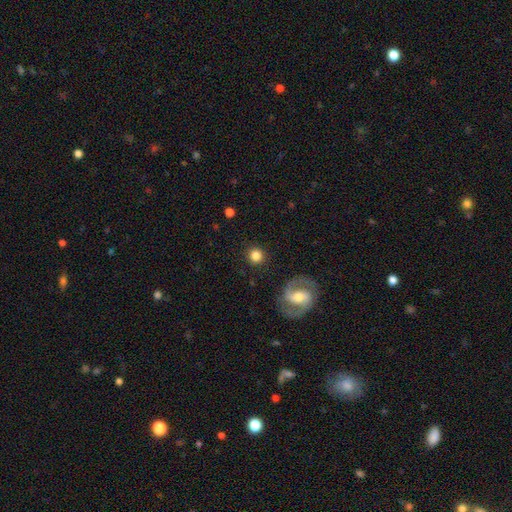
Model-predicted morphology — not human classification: The model was most divided on "smooth or featured": smooth: 78%, featured or disk: 13%, star or artifact: 9%. More confident: how rounded — round (93%); merging — none (90%).